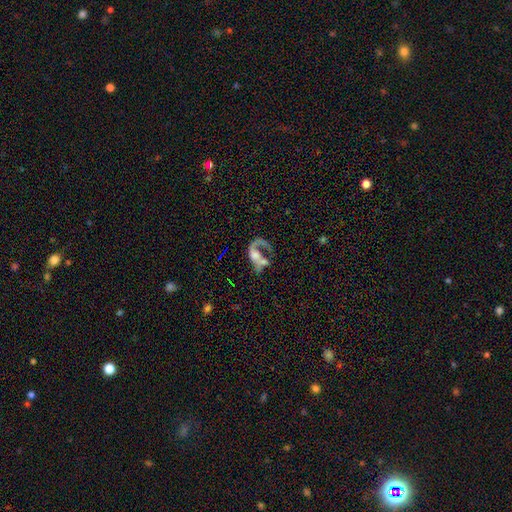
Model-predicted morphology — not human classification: Smooth or featured? featured or disk (67%)
Edge-on disk? no (95%)
Bar? no (70%)
Spiral arms? yes (64%)
Bulge size? moderate (39%)
Merging? major disturbance (36%)